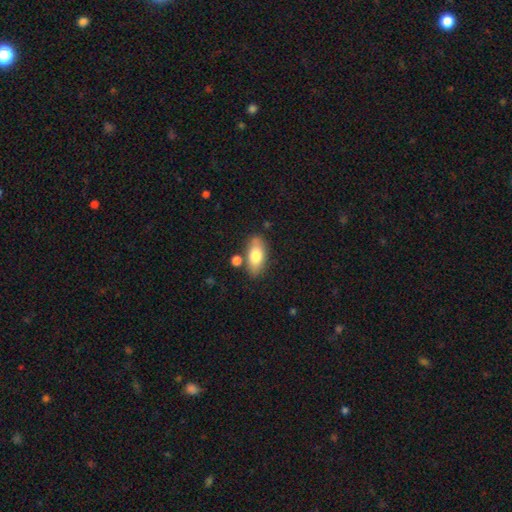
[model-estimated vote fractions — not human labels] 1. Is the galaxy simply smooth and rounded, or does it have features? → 75% smooth, 18% featured or disk, 7% star or artifact.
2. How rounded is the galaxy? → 87% in between, 9% cigar-shaped, 4% round.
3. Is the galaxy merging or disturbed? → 76% none, 13% minor disturbance, 7% merger, 3% major disturbance.